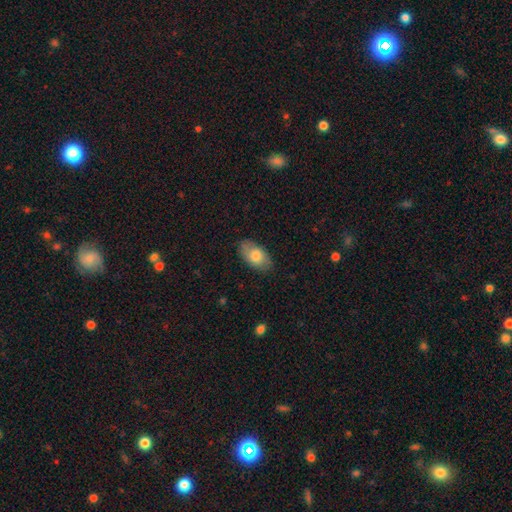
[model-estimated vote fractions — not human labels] This appears to be a smooth galaxy with no disk features (75%) that is in between round and cigar-shaped (93%). Merging: none (81%).